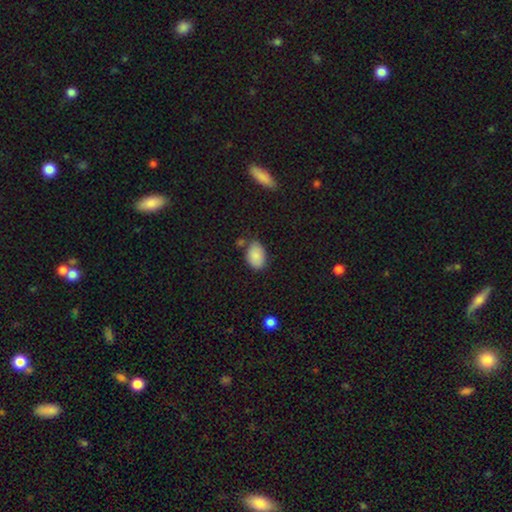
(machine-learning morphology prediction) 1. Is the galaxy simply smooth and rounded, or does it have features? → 85% smooth, 8% star or artifact, 7% featured or disk.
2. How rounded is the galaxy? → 87% in between, 12% round, 1% cigar-shaped.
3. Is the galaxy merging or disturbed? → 70% none, 19% minor disturbance, 7% merger, 4% major disturbance.